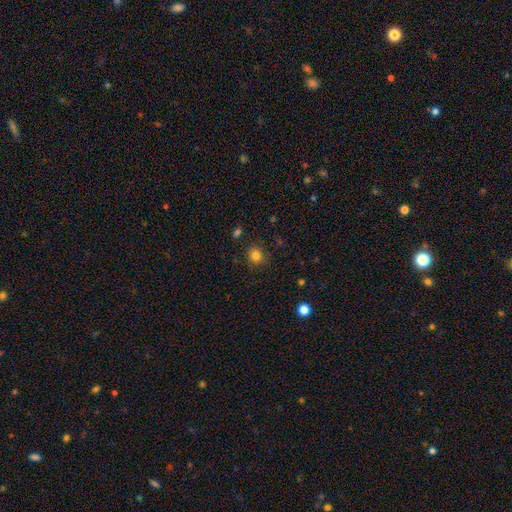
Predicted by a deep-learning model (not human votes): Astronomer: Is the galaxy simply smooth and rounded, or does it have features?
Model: smooth — 81%.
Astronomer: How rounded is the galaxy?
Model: round — 84%.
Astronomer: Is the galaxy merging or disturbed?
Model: none — 85%.